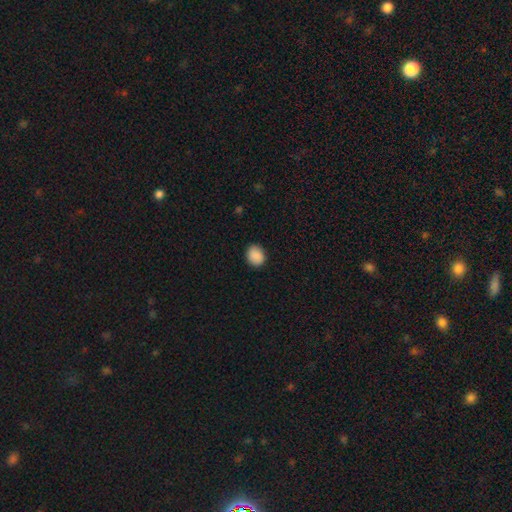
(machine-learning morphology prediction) A smooth galaxy with no disk features (89%) that is round (61%). Merging: none (87%).